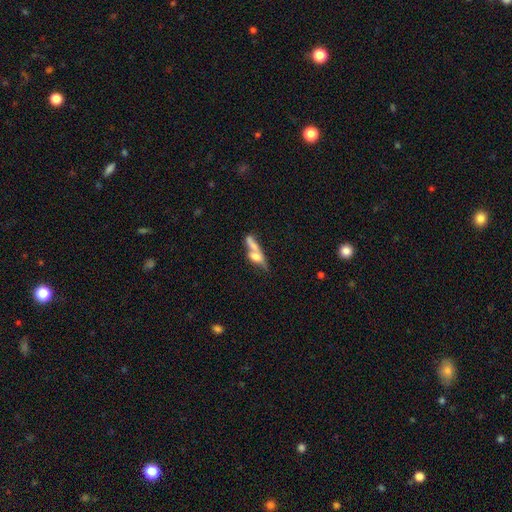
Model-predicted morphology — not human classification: smooth-or-featured: smooth: 49% | featured or disk: 41% | star or artifact: 10%
  merging: merger: 48% | none: 29% | minor disturbance: 12% | major disturbance: 11%